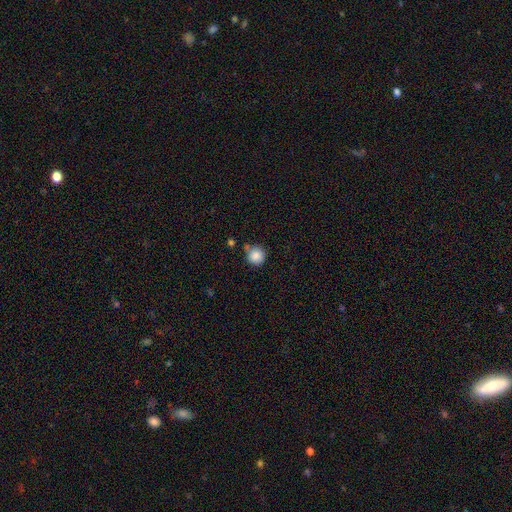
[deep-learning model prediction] smooth-or-featured: smooth: 86% | star or artifact: 9% | featured or disk: 5%
  how-rounded: round: 94% | in between: 5% | cigar-shaped: 1%
  merging: none: 72% | minor disturbance: 13% | merger: 12% | major disturbance: 3%